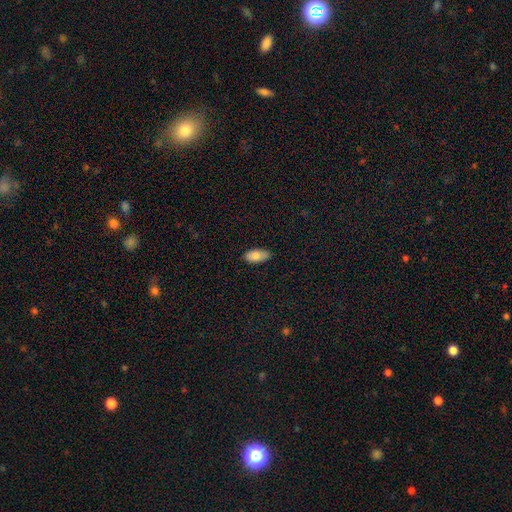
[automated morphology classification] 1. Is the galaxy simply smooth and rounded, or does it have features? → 79% smooth, 14% featured or disk, 7% star or artifact.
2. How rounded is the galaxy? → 91% in between, 6% cigar-shaped, 3% round.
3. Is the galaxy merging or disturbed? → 86% none, 11% minor disturbance, 2% major disturbance, 1% merger.